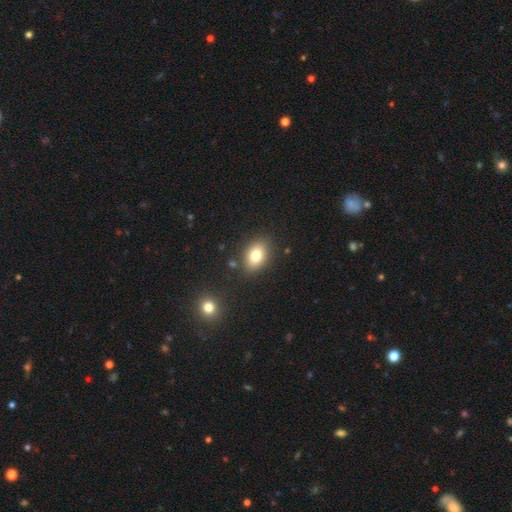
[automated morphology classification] smooth 79%, featured or disk 11%, star or artifact 10%. Down the decision tree: how rounded — in between (79%); merging — none (83%).